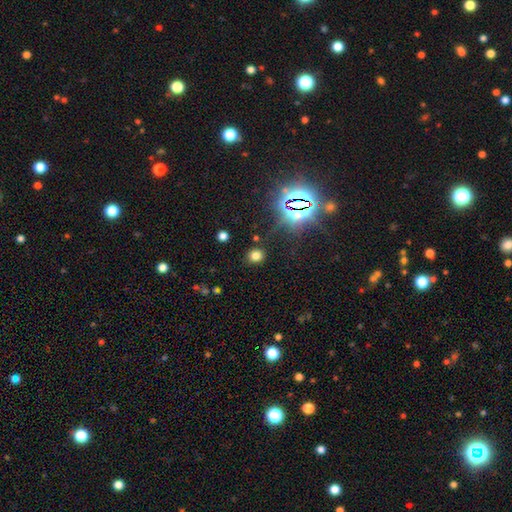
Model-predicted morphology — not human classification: smooth_or_featured: smooth (p=0.71) [alt: star or artifact p=0.22]
how_rounded: round (p=0.78) [alt: in between p=0.21]
merging: none (p=0.85) [alt: minor disturbance p=0.08]